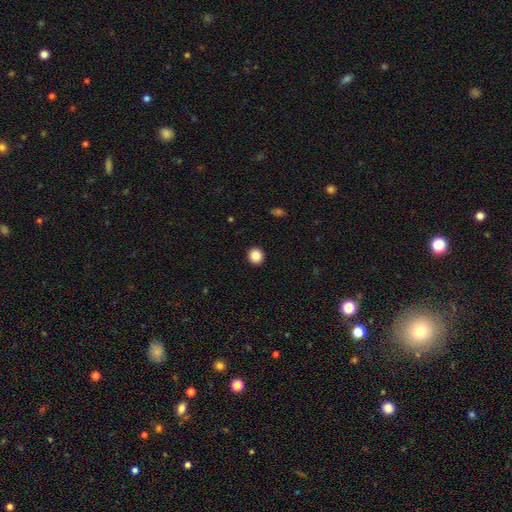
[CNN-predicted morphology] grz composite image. It shows a smooth galaxy with no disk features (86%) that is round (92%). Merging: none (93%).